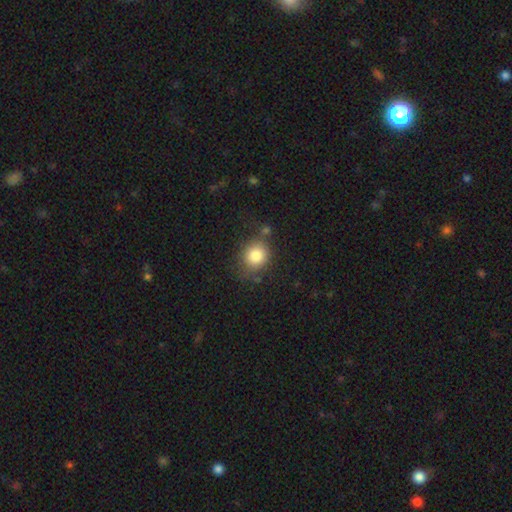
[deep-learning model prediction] A smooth galaxy with no disk features (83%) that is round (77%). Merging: none (70%).